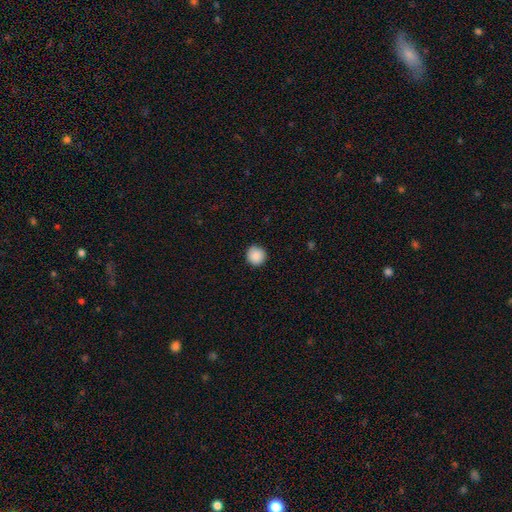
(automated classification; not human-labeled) smooth_or_featured: smooth (p=0.89) [alt: star or artifact p=0.08]
how_rounded: round (p=0.95) [alt: in between p=0.04]
merging: none (p=0.92) [alt: minor disturbance p=0.06]